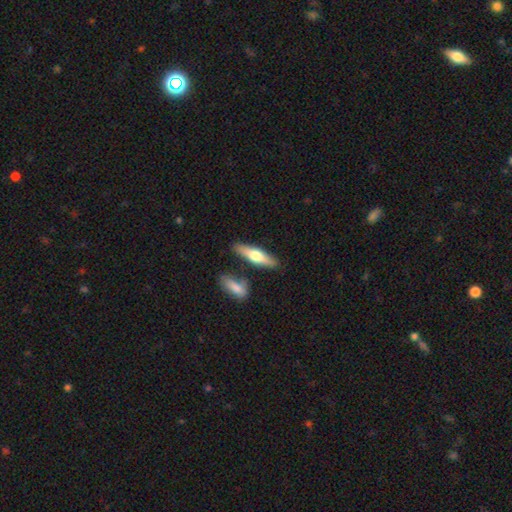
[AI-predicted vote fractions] This appears to be a smooth galaxy with no disk features (52%) that is cigar-shaped (70%). Merging: none (78%).